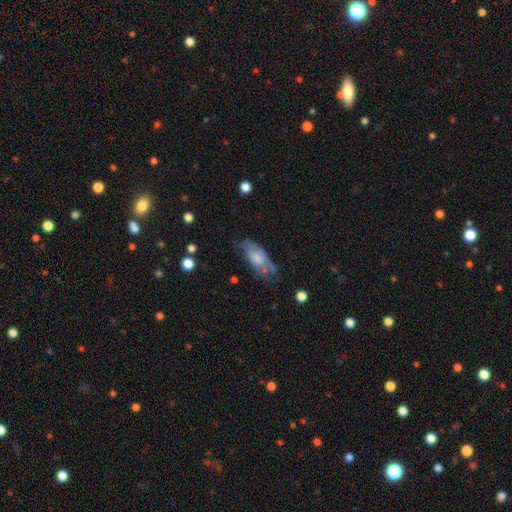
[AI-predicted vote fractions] Smooth or featured: smooth — 60% (featured or disk — 32%)
How rounded: in between — 83% (cigar-shaped — 15%)
Merging: none — 50% (minor disturbance — 31%)